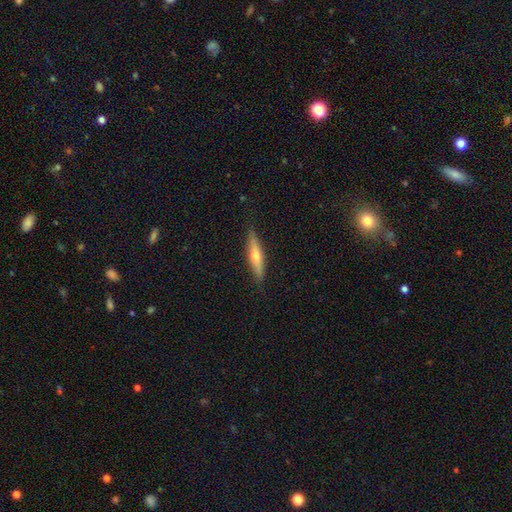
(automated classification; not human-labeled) Smooth or featured? Predicted: featured or disk (p=0.57). Edge-on disk? Predicted: yes (p=0.93). Edge-on bulge? Predicted: rounded (p=0.87). Merging? Predicted: none (p=0.88).